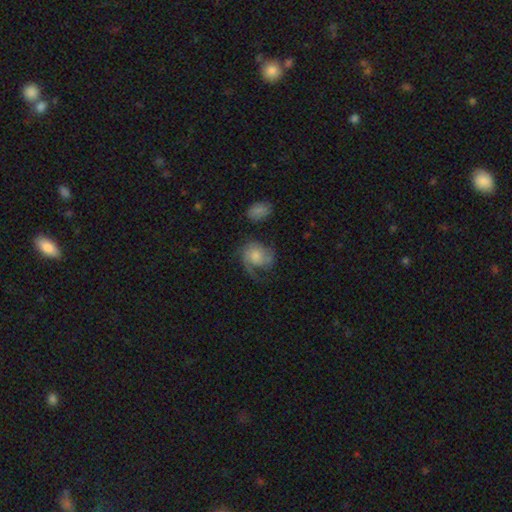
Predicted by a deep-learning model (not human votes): Smooth or featured? Predicted: featured or disk (p=0.66). Edge-on disk? Predicted: no (p=0.98). Bar? Predicted: no (p=0.72). Spiral arms? Predicted: yes (p=0.90). Spiral winding? Predicted: medium (p=0.43). Spiral arm count? Predicted: 1 (p=0.39). Bulge size? Predicted: moderate (p=0.43). Merging? Predicted: none (p=0.46).